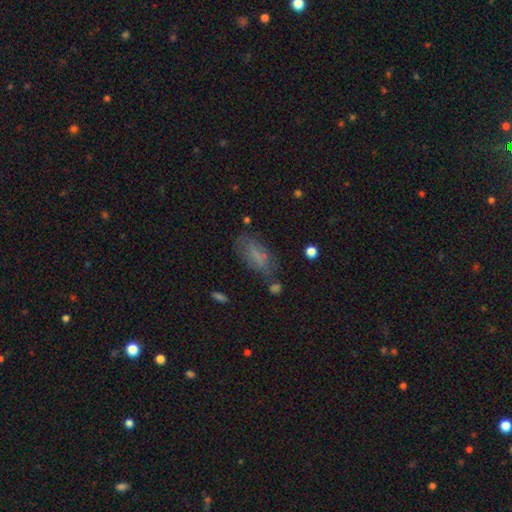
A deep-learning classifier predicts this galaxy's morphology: Smooth or featured: smooth — 64% (featured or disk — 23%)
How rounded: in between — 80% (cigar-shaped — 17%)
Merging: none — 65% (minor disturbance — 21%)